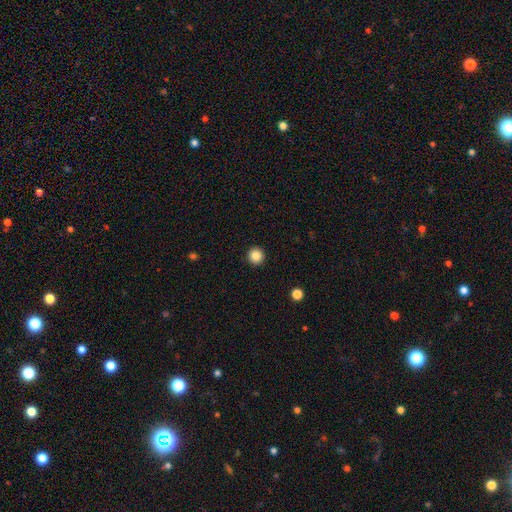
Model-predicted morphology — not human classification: This is clearly a smooth galaxy (86%). How rounded: clearly round (96%). Merging: clearly none (93%).